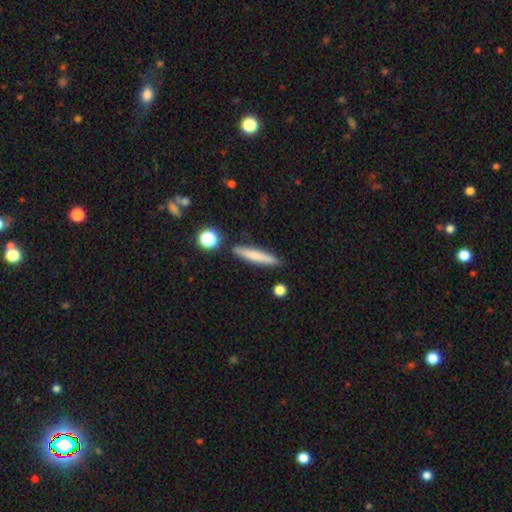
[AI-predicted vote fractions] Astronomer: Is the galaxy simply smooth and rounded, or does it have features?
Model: smooth — 71%.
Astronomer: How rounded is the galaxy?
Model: cigar-shaped — 92%.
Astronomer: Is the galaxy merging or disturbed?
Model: none — 87%.